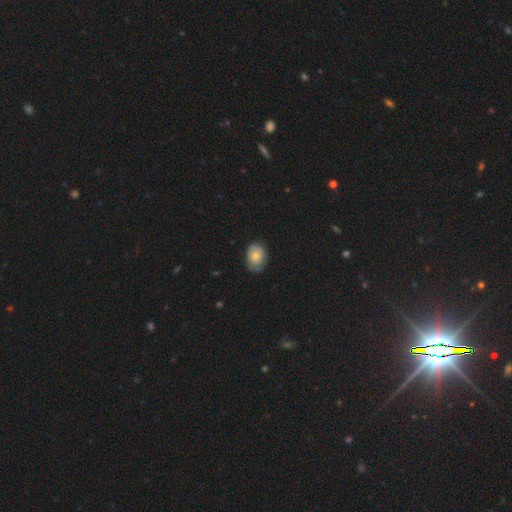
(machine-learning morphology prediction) A smooth galaxy with no disk features (71%) that is in between round and cigar-shaped (68%). Merging: none (68%).